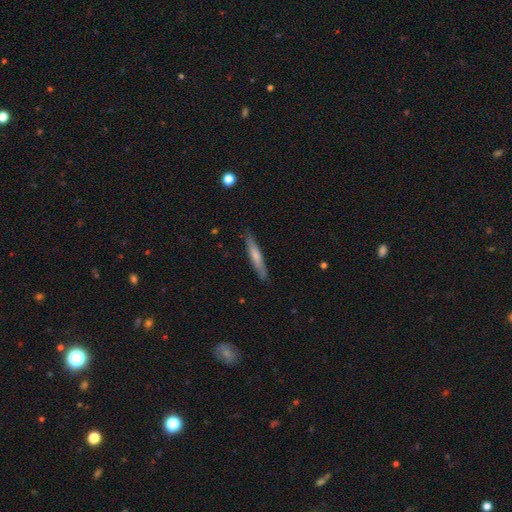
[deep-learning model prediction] Q: Smooth or featured?
A: smooth (64%); runner-up: featured or disk (30%)
Q: How rounded?
A: cigar-shaped (92%); runner-up: in between (7%)
Q: Merging?
A: none (85%); runner-up: minor disturbance (11%)